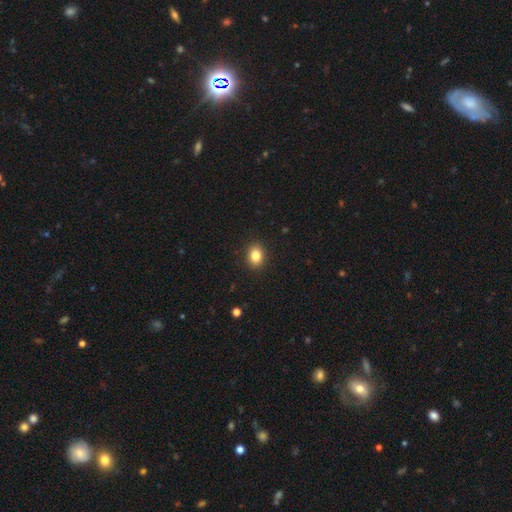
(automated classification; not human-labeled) smooth 84%, star or artifact 10%, featured or disk 6%. Down the decision tree: how rounded — in between (52%); merging — none (90%).